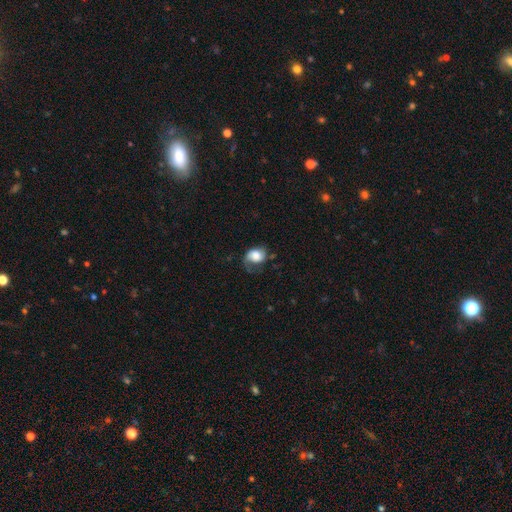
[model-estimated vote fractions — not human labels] A smooth galaxy with no disk features (56%) that is in between round and cigar-shaped (52%).

Vote fractions:
- Smooth or featured? smooth: 56% / featured or disk: 35% / star or artifact: 9%
- How rounded? in between: 52% / round: 47% / cigar-shaped: 1%
- Merging? none: 38% / minor disturbance: 31% / major disturbance: 29% / merger: 2%